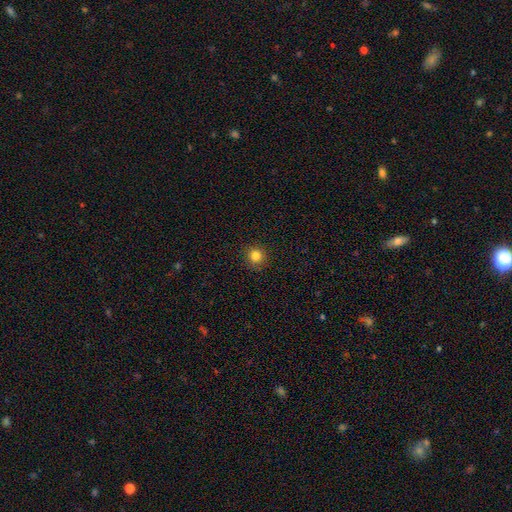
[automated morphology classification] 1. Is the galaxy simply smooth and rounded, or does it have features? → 83% smooth, 13% star or artifact, 5% featured or disk.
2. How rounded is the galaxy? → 92% round, 7% in between, 1% cigar-shaped.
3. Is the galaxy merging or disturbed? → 91% none, 6% minor disturbance, 2% major disturbance, 1% merger.